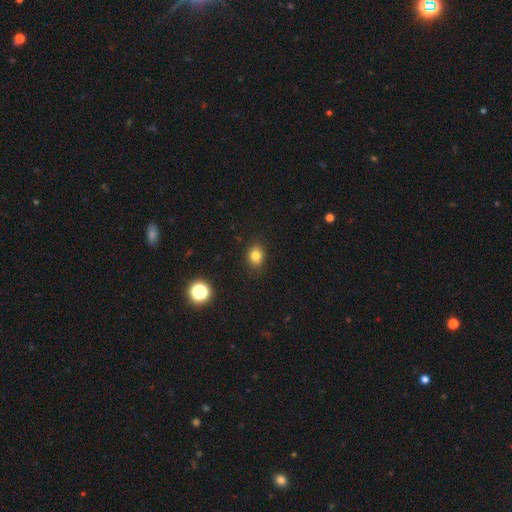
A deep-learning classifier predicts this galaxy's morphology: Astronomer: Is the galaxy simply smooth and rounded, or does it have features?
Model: smooth — 81%.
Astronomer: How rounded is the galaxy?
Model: round — 55% (runner-up: in between, 44%).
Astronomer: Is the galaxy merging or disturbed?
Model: none — 87%.